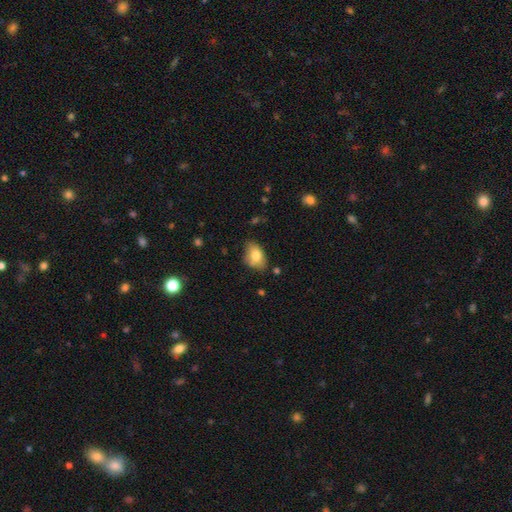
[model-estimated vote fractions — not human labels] This is likely a smooth galaxy (77%). How rounded: clearly in between (86%). Merging: likely none (65%).